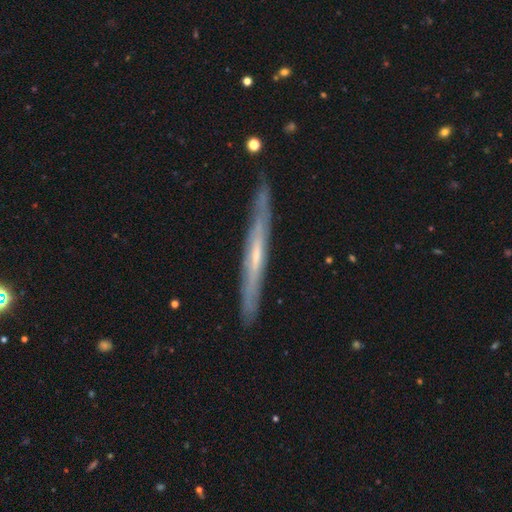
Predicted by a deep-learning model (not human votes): A featured or disk galaxy (67%) viewed edge-on (92%) with no central bulge (68%). Merging: none (87%).